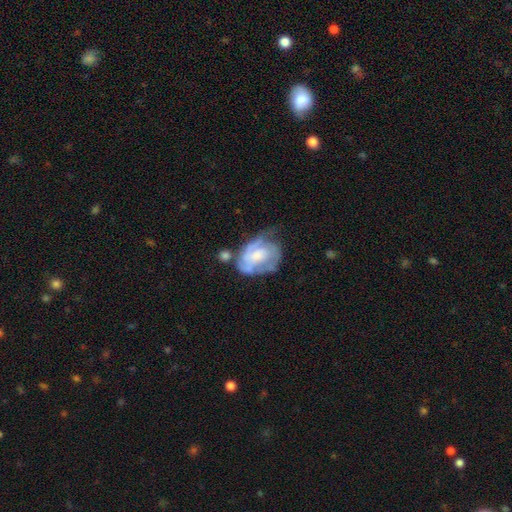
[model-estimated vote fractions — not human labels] A featured or disk galaxy (71%) with no bar (65%), tight (51%) spiral arms (78%) and a moderate central bulge (45%). Merging: none (36%).